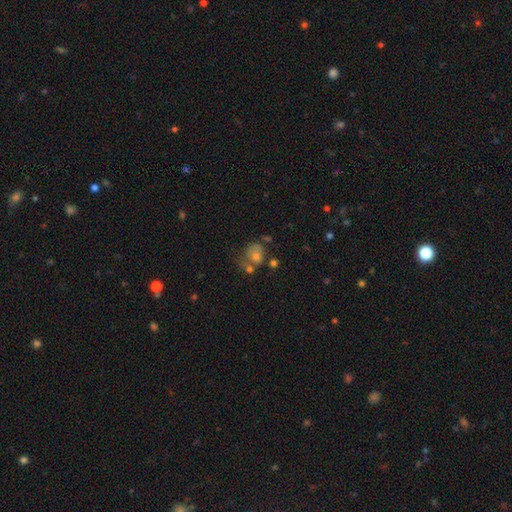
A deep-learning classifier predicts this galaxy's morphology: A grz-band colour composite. It shows a smooth galaxy with no disk features (45%). Merging: none (37%).